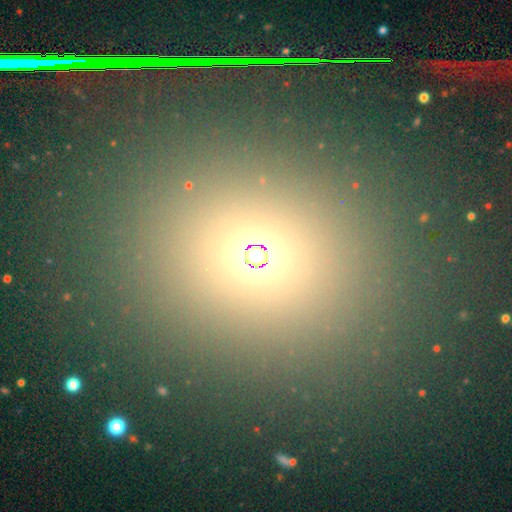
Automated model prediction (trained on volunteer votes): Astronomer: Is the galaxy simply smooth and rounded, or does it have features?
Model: smooth — 63%.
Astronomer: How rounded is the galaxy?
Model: round — 60% (runner-up: in between, 37%).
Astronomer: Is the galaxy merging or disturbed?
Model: none — 83%.